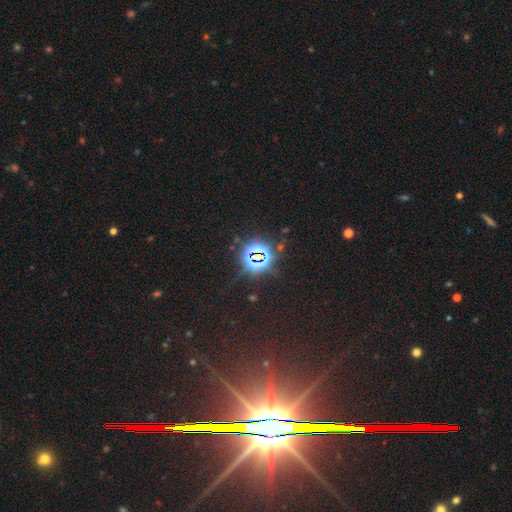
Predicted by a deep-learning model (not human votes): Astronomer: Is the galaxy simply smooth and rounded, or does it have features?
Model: star or artifact — 79%.